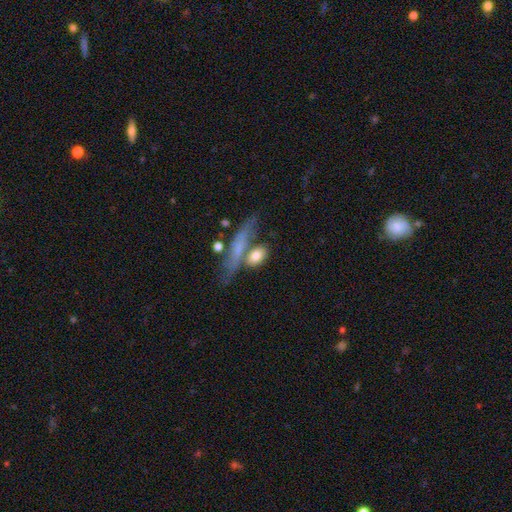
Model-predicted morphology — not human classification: type=smooth (70%); roundness=in between (64%); merging=none (45%).